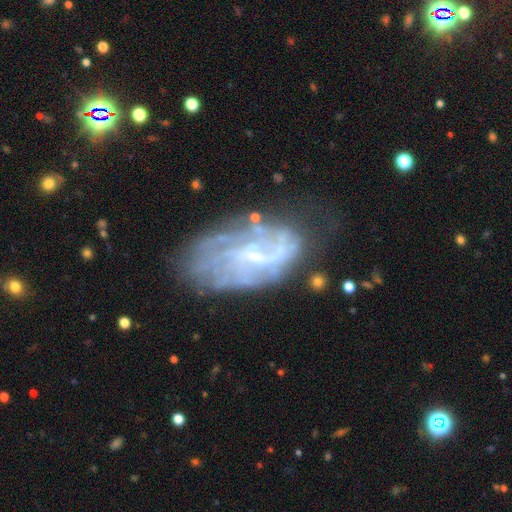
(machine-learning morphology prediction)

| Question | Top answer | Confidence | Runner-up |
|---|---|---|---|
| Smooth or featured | featured or disk | 73% | smooth (17%) |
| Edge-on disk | no | 96% | yes (4%) |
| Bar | no | 49% | weak (40%) |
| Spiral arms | yes | 68% | no (32%) |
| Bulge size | small | 59% | none (26%) |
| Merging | none | 50% | minor disturbance (24%) |